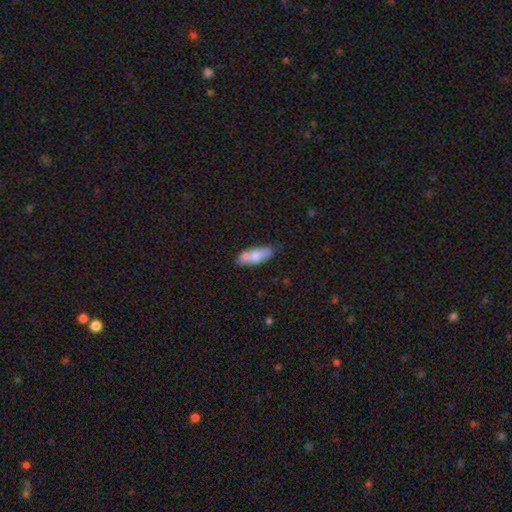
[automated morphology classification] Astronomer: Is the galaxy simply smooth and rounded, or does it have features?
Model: smooth — 69%.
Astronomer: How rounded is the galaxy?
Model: in between — 68%.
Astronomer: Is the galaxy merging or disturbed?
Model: none — 50% (runner-up: merger, 28%).